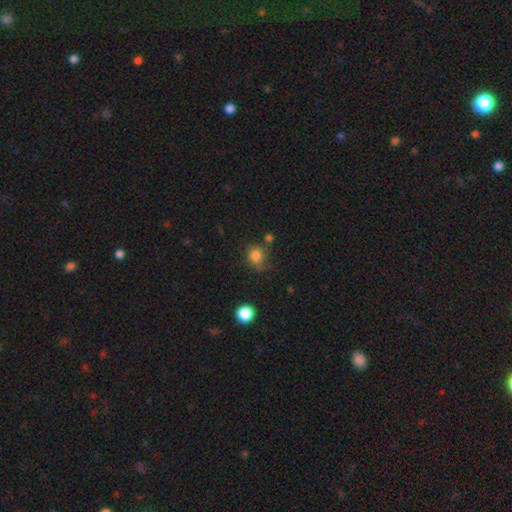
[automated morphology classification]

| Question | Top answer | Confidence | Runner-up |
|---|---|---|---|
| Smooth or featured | smooth | 81% | star or artifact (13%) |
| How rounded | round | 76% | in between (23%) |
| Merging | none | 65% | minor disturbance (18%) |